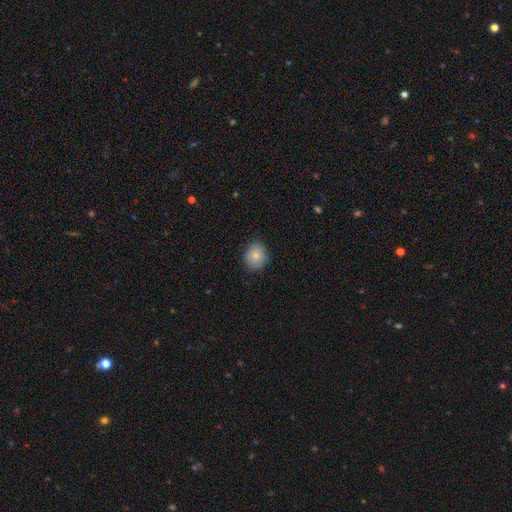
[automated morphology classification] Q: Smooth or featured?
A: smooth (79%); runner-up: featured or disk (13%)
Q: How rounded?
A: round (76%); runner-up: in between (23%)
Q: Merging?
A: none (84%); runner-up: minor disturbance (12%)